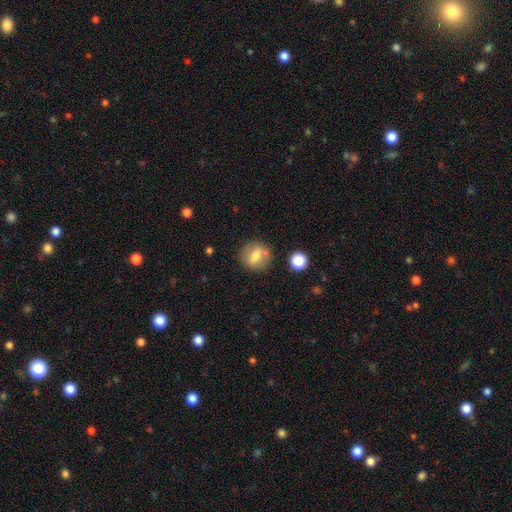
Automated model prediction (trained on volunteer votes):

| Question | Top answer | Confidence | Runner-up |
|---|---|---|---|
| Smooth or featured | smooth | 61% | featured or disk (30%) |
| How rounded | round | 78% | in between (20%) |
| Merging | none | 76% | minor disturbance (13%) |